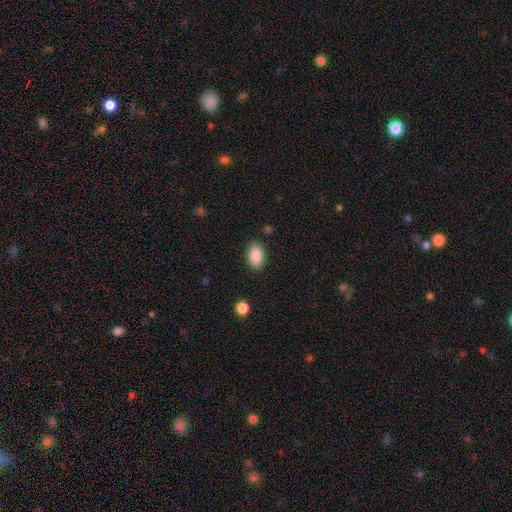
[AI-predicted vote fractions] smooth_or_featured: smooth (p=0.89) [alt: star or artifact p=0.07]
how_rounded: in between (p=0.91) [alt: round p=0.08]
merging: none (p=0.85) [alt: minor disturbance p=0.11]